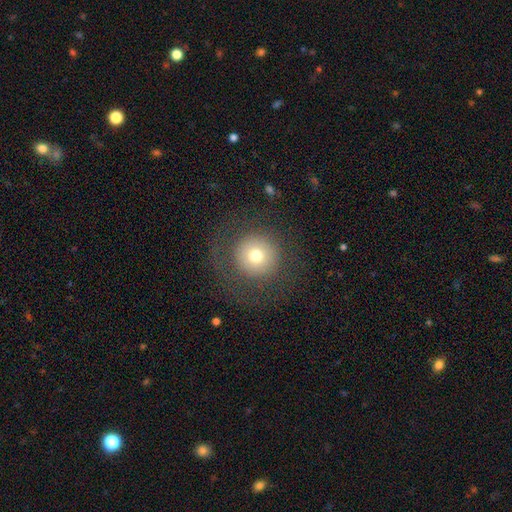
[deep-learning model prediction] Smooth or featured?
  - smooth: 70% *
  - featured or disk: 18%
  - star or artifact: 12%
How rounded?
  - round: 96% *
  - in between: 3%
  - cigar-shaped: 1%
Merging?
  - none: 80% *
  - major disturbance: 10%
  - minor disturbance: 9%
  - merger: 1%